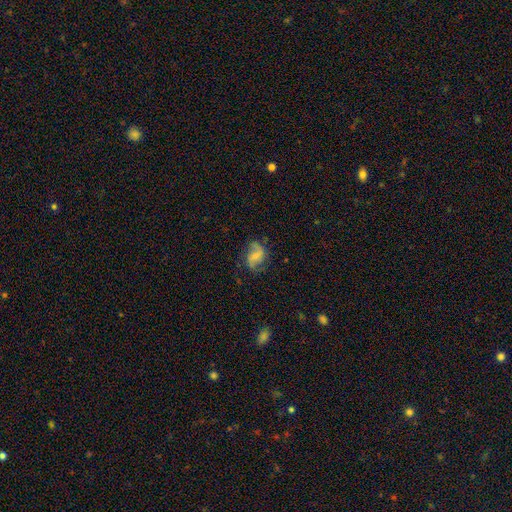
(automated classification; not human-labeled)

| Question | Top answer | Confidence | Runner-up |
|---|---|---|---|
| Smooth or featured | featured or disk | 69% | smooth (22%) |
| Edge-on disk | no | 98% | yes (2%) |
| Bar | weak | 47% | no (36%) |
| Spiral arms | yes | 92% | no (8%) |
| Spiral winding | loose | 47% | medium (41%) |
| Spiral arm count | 2 | 85% | 1 (6%) |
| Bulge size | none | 36% | tied: small (36%) |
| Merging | none | 66% | minor disturbance (20%) |